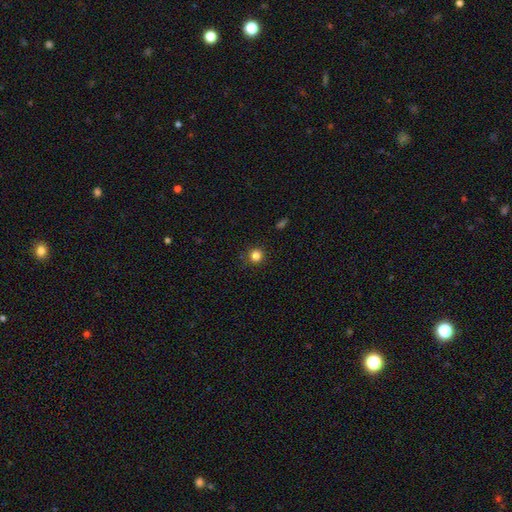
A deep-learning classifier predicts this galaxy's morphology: smooth-or-featured: smooth: 83% | star or artifact: 13% | featured or disk: 4%
  how-rounded: round: 93% | in between: 6% | cigar-shaped: 1%
  merging: none: 89% | minor disturbance: 7% | major disturbance: 2% | merger: 1%